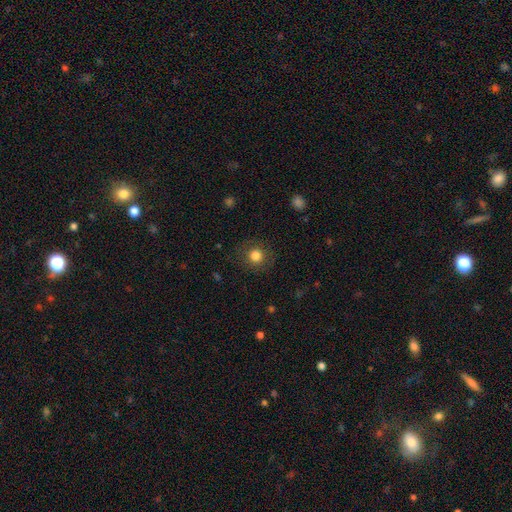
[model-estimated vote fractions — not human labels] Smooth or featured: smooth — 82% (star or artifact — 11%)
How rounded: round — 91% (in between — 8%)
Merging: none — 86% (minor disturbance — 9%)